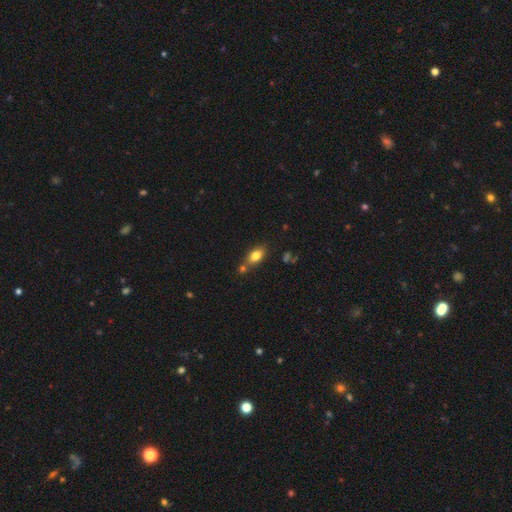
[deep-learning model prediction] A smooth galaxy with no disk features (77%) that is in between round and cigar-shaped (82%). Merging: none (59%).